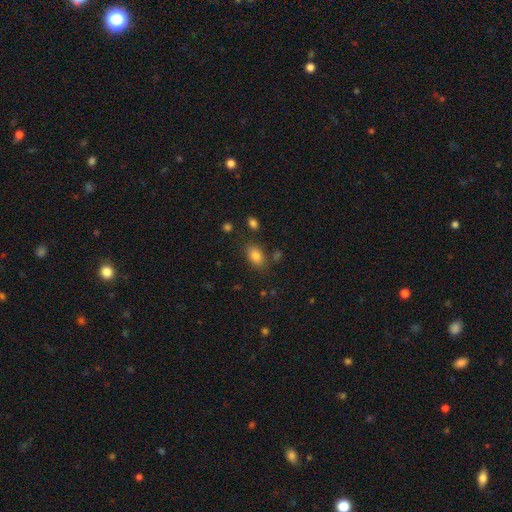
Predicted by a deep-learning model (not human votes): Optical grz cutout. It shows a smooth galaxy with no disk features (83%) that is in between round and cigar-shaped (86%). Merging: none (79%).